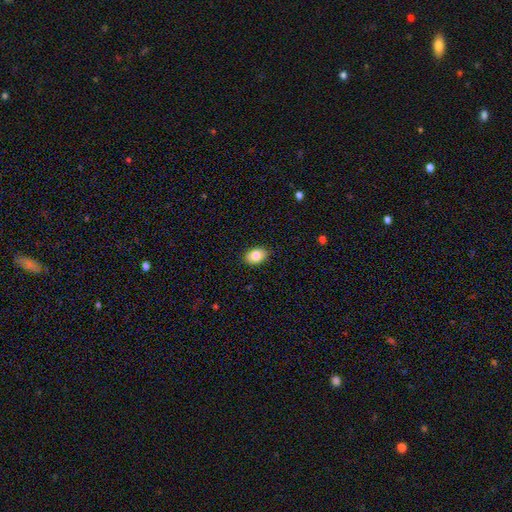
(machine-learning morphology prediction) A smooth galaxy with no disk features (85%) that is in between round and cigar-shaped (83%).

Vote fractions:
- Smooth or featured? smooth: 85% / featured or disk: 8% / star or artifact: 8%
- How rounded? in between: 83% / round: 16% / cigar-shaped: 1%
- Merging? none: 88% / minor disturbance: 9% / major disturbance: 2% / merger: 1%